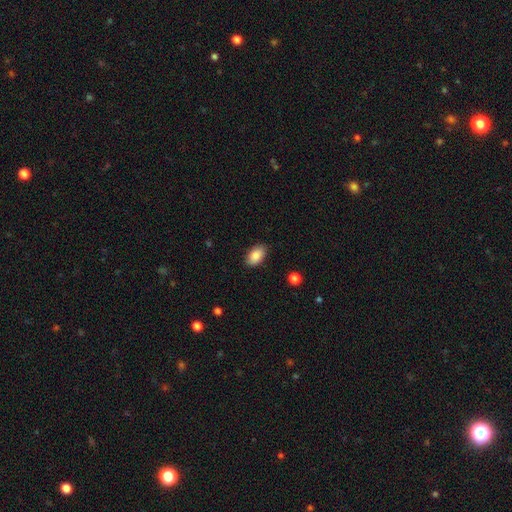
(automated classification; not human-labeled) A smooth galaxy with no disk features (88%) that is in between round and cigar-shaped (92%). Merging: none (86%).